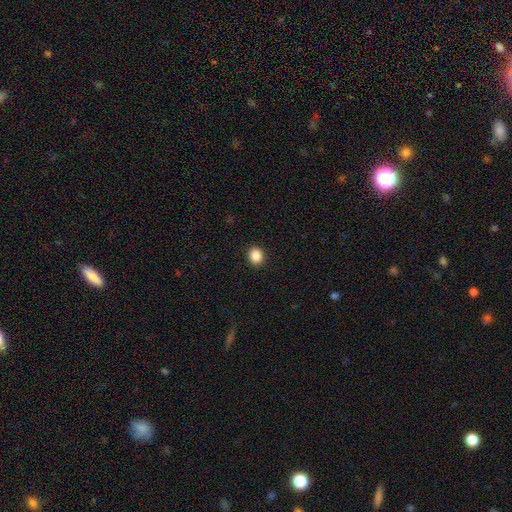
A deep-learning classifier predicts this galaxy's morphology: Smooth or featured? smooth (88%)
How rounded? round (61%)
Merging? none (91%)